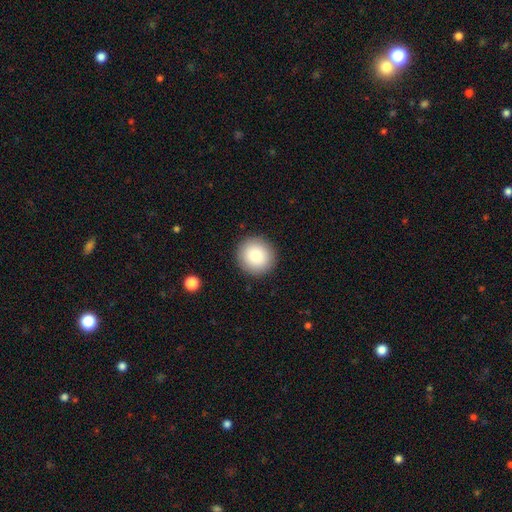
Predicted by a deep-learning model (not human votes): smooth-or-featured: smooth: 85% | star or artifact: 8% | featured or disk: 7%
  how-rounded: round: 93% | in between: 7% | cigar-shaped: 1%
  merging: none: 91% | minor disturbance: 6% | major disturbance: 2% | merger: 1%